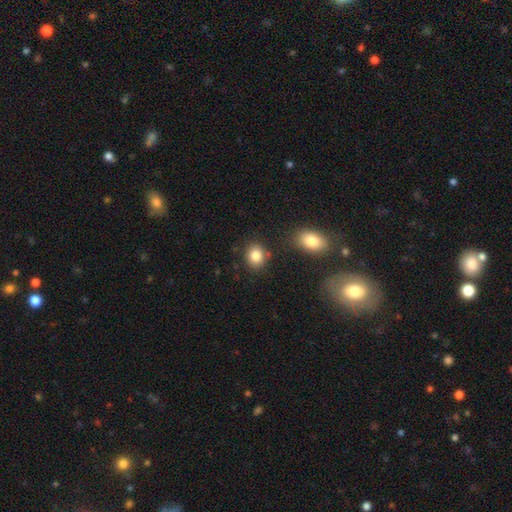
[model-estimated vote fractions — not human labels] smooth-or-featured: smooth: 85% | star or artifact: 9% | featured or disk: 6%
  how-rounded: round: 60% | in between: 39% | cigar-shaped: 1%
  merging: none: 80% | minor disturbance: 10% | merger: 7% | major disturbance: 3%